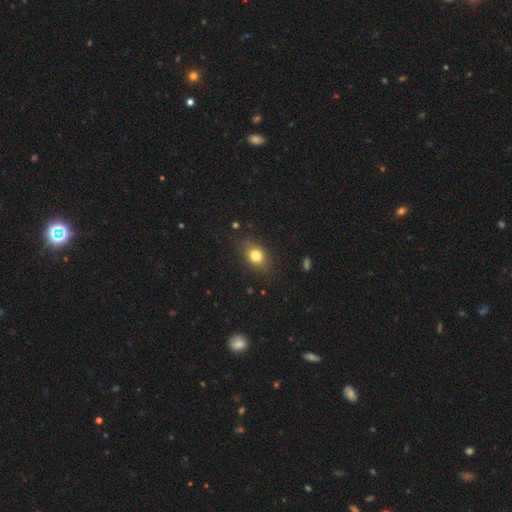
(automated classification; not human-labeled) Overall: smooth (79%). How rounded: in between (60%; round 39%). Merging: none (81%).